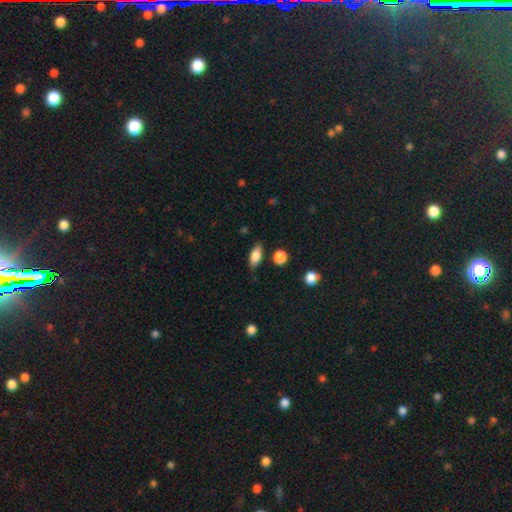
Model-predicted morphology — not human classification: smooth_or_featured: smooth (p=0.78) [alt: featured or disk p=0.14]
how_rounded: in between (p=0.82) [alt: cigar-shaped p=0.12]
merging: none (p=0.80) [alt: minor disturbance p=0.14]